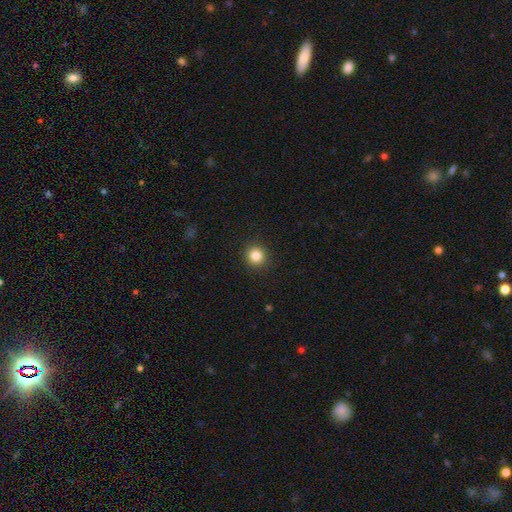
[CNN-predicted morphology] type=smooth (85%); roundness=round (92%); merging=none (92%).